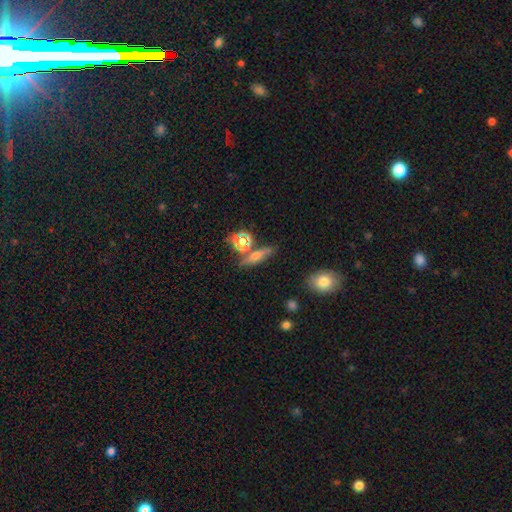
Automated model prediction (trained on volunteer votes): Smooth or featured: smooth — 46% (featured or disk — 38%)
Merging: none — 76% (minor disturbance — 11%)